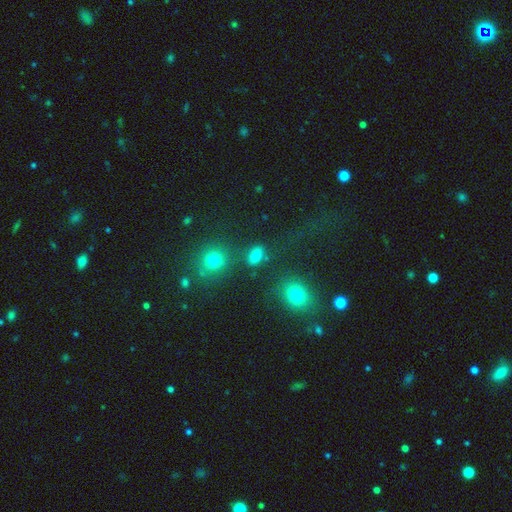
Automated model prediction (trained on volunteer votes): Q: Smooth or featured?
A: smooth (78%); runner-up: star or artifact (15%)
Q: How rounded?
A: in between (82%); runner-up: round (13%)
Q: Merging?
A: none (72%); runner-up: minor disturbance (13%)